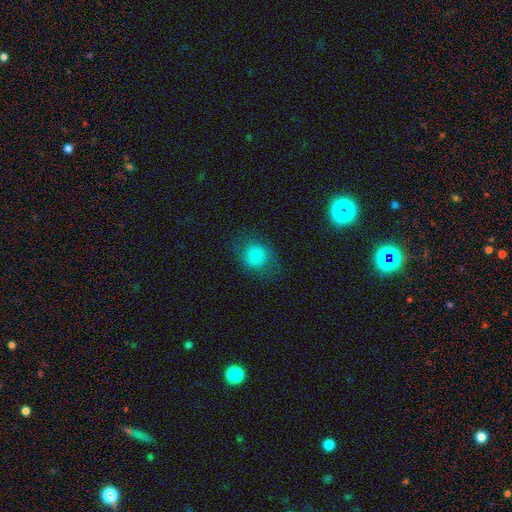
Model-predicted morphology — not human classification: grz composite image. It shows a smooth galaxy with no disk features (78%) that is round (72%). Merging: none (71%).